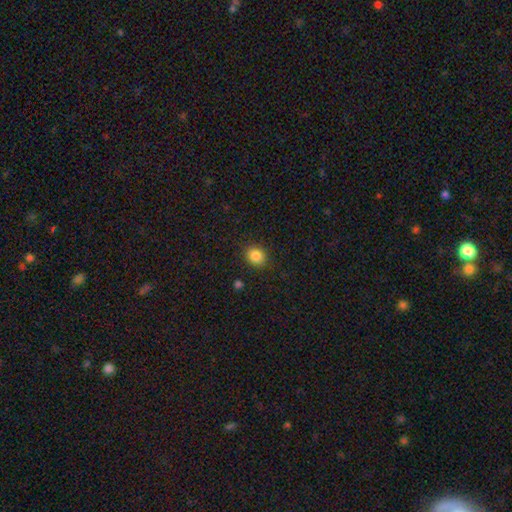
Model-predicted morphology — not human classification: smooth_or_featured: smooth (p=0.86) [alt: star or artifact p=0.10]
how_rounded: round (p=0.75) [alt: in between p=0.24]
merging: none (p=0.89) [alt: minor disturbance p=0.07]